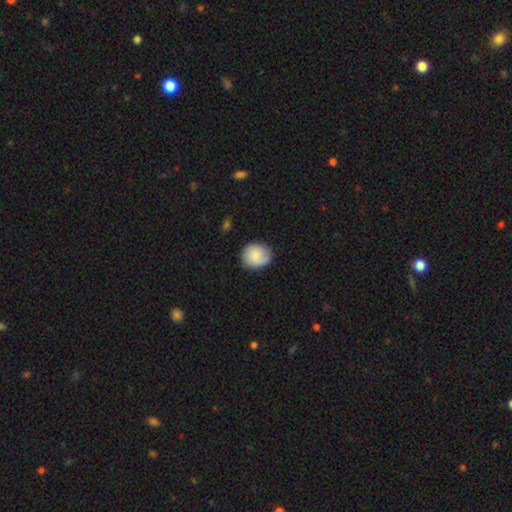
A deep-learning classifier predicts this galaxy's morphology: The model was most divided on "how rounded": round: 77%, in between: 22%, cigar-shaped: 1%. More confident: merging — none (81%); smooth or featured — smooth (77%).